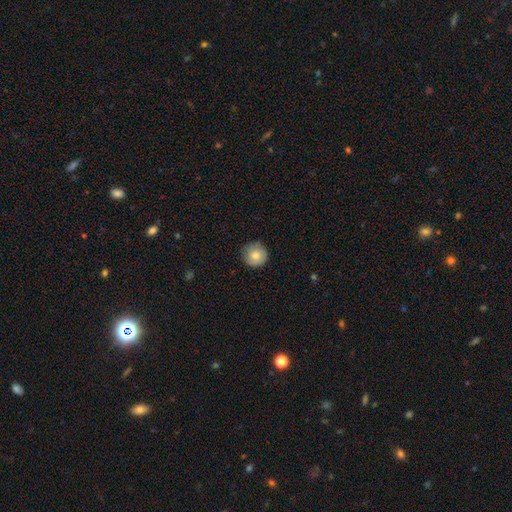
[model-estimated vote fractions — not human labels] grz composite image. It shows a smooth galaxy with no disk features (77%) that is round (95%). Merging: none (84%).